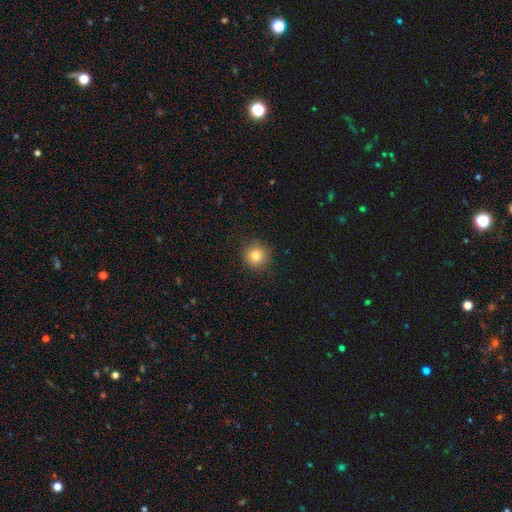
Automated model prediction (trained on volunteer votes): Q: Smooth or featured?
A: smooth (80%); runner-up: star or artifact (12%)
Q: How rounded?
A: round (94%); runner-up: in between (5%)
Q: Merging?
A: none (88%); runner-up: minor disturbance (9%)